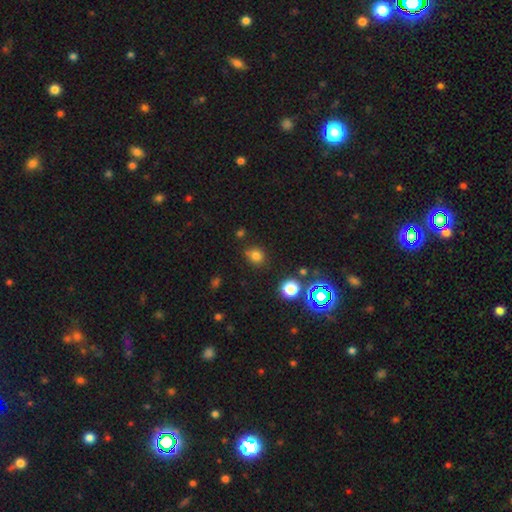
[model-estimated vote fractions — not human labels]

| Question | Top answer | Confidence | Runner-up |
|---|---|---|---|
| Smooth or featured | smooth | 76% | star or artifact (18%) |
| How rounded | round | 75% | in between (24%) |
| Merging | none | 77% | minor disturbance (15%) |